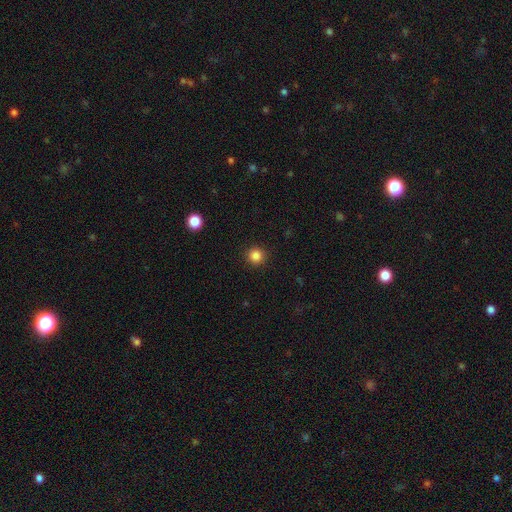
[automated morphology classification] Smooth or featured: smooth — 85% (star or artifact — 12%)
How rounded: round — 95% (in between — 4%)
Merging: none — 92% (minor disturbance — 5%)